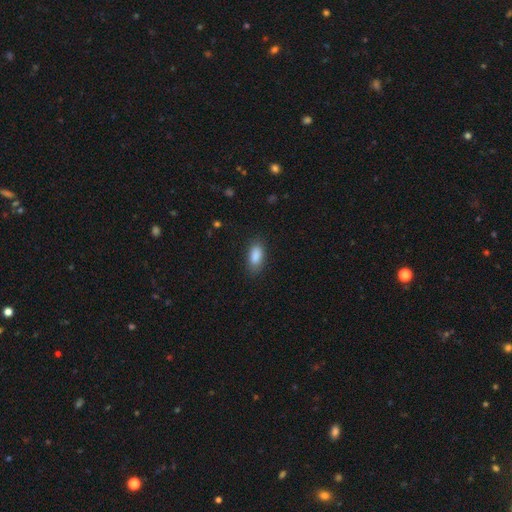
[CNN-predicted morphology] This appears to be a smooth galaxy with no disk features (88%) that is in between round and cigar-shaped (87%). Merging: none (83%).